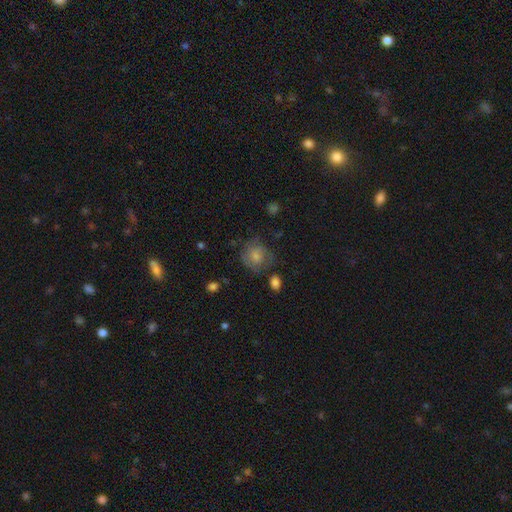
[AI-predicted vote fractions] Smooth or featured: smooth — 69% (featured or disk — 22%)
How rounded: round — 79% (in between — 20%)
Merging: none — 57% (minor disturbance — 25%)